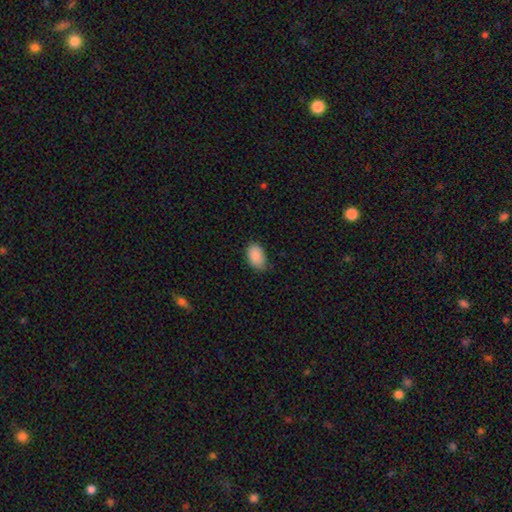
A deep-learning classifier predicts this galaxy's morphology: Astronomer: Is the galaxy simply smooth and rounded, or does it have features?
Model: smooth — 89%.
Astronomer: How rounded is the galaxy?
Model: in between — 91%.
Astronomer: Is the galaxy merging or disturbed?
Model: none — 74%.